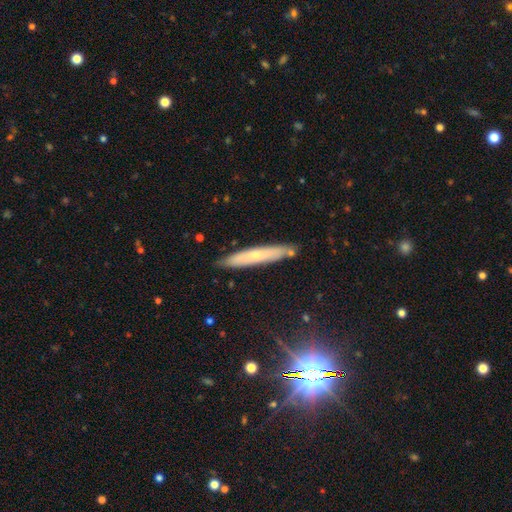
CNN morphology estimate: This appears to be a smooth galaxy with no disk features (50%). Merging: none (85%).